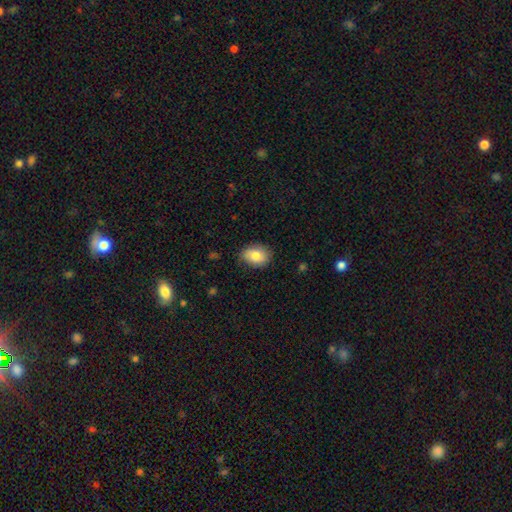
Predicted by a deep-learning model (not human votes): smooth_or_featured: smooth (p=0.80) [alt: featured or disk p=0.12]
how_rounded: in between (p=0.70) [alt: round p=0.29]
merging: none (p=0.80) [alt: minor disturbance p=0.16]